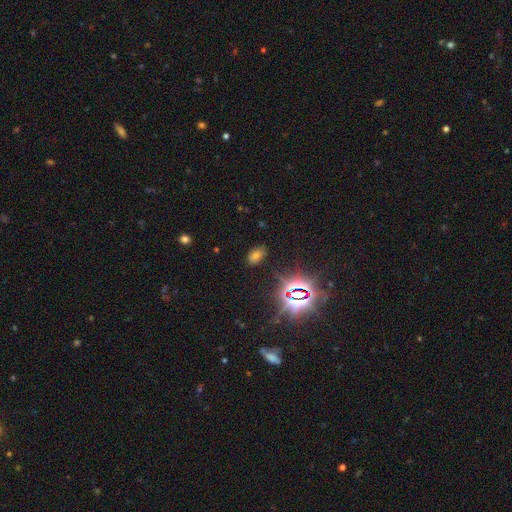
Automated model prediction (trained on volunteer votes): Smooth or featured: star or artifact — 49% (smooth — 40%)